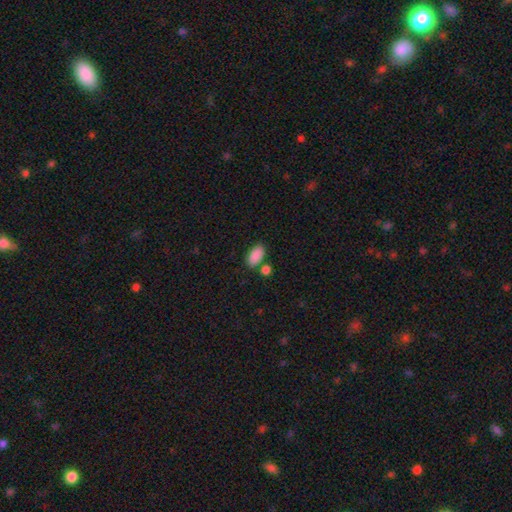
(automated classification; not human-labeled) Morphology: type=smooth (89%); roundness=in between (93%); merging=none (72%).